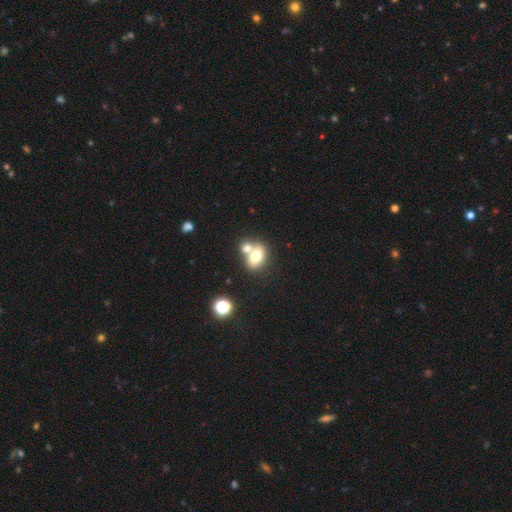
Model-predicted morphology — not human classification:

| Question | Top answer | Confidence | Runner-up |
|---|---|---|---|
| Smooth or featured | smooth | 72% | featured or disk (18%) |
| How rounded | in between | 67% | round (31%) |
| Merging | merger | 51% | none (36%) |